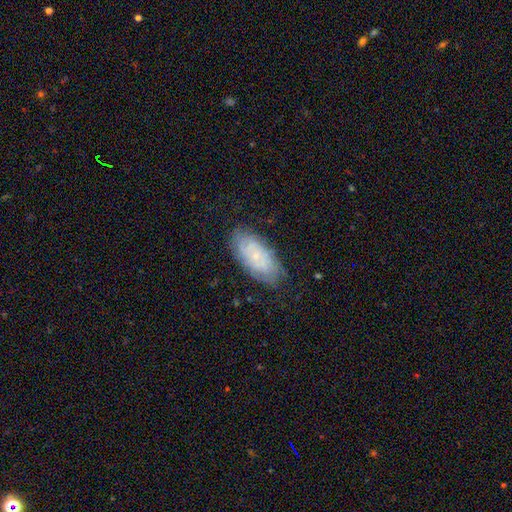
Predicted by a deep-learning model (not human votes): Smooth or featured?
  - featured or disk: 52% *
  - smooth: 38%
  - star or artifact: 10%
Edge-on disk?
  - no: 91% *
  - yes: 9%
Merging?
  - none: 77% *
  - minor disturbance: 17%
  - major disturbance: 5%
  - merger: 1%